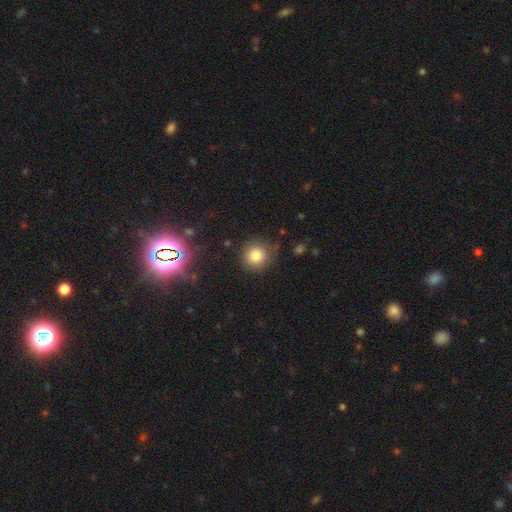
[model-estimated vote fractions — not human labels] Smooth or featured: smooth — 81% (star or artifact — 13%)
How rounded: round — 92% (in between — 8%)
Merging: none — 84% (minor disturbance — 10%)